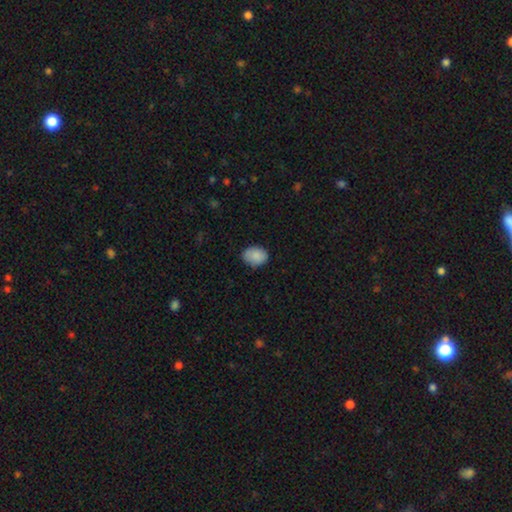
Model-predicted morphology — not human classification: type=smooth (88%); roundness=in between (61%); merging=none (74%).